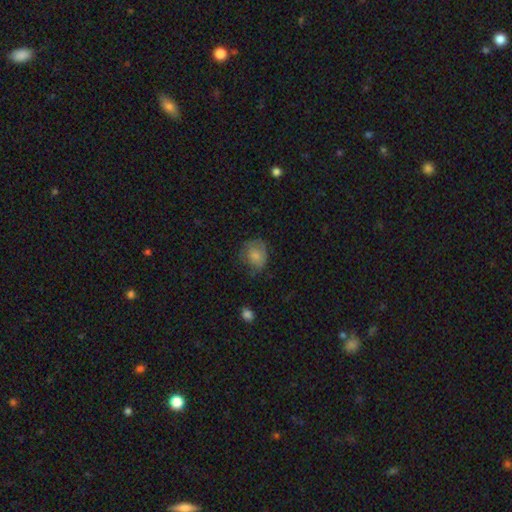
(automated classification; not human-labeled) Q: Smooth or featured?
A: smooth (74%); runner-up: featured or disk (18%)
Q: How rounded?
A: round (63%); runner-up: in between (36%)
Q: Merging?
A: none (50%); runner-up: minor disturbance (32%)